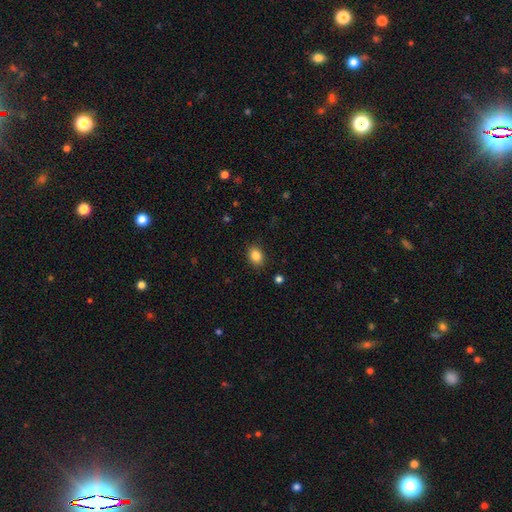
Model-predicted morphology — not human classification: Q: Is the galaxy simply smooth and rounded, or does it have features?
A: smooth — 85%.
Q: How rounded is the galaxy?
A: in between — 72%.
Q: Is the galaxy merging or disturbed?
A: none — 88%.